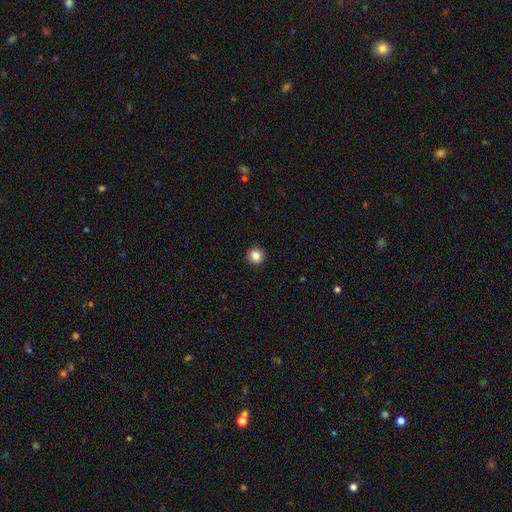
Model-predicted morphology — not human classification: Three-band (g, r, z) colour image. It shows a smooth galaxy with no disk features (85%) that is round (93%). Merging: none (93%).